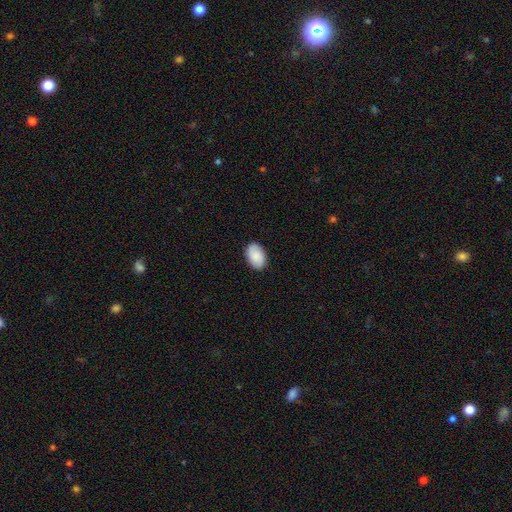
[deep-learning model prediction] Smooth or featured? Predicted: smooth (p=0.84). How rounded? Predicted: in between (p=0.90). Merging? Predicted: none (p=0.88).